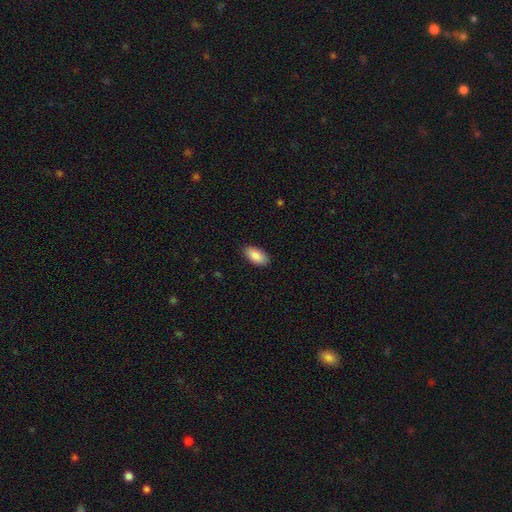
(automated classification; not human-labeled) Morphology: type=smooth (88%); roundness=in between (94%); merging=none (87%).